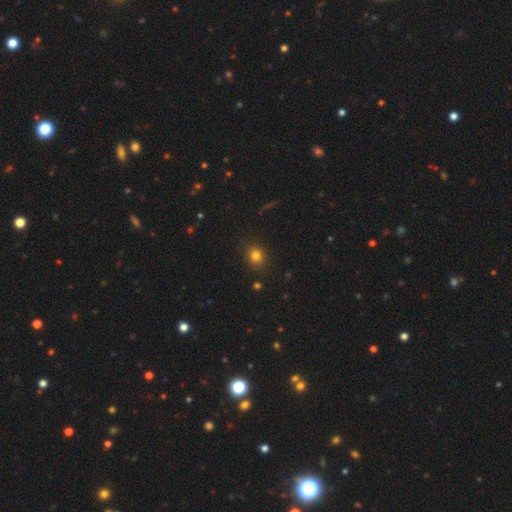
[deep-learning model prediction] Overall: smooth (79%). How rounded: round (70%). Merging: none (87%).